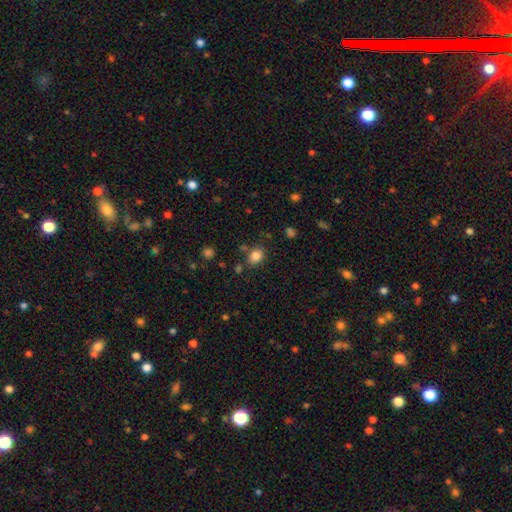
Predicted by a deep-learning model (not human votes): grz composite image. It shows a smooth galaxy with no disk features (83%) that is round (51%). Merging: none (75%).